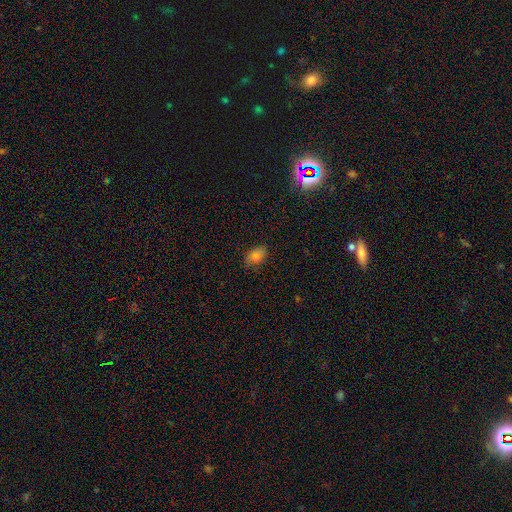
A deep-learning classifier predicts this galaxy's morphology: Smooth or featured? Predicted: smooth (p=0.76). How rounded? Predicted: in between (p=0.83). Merging? Predicted: none (p=0.81).